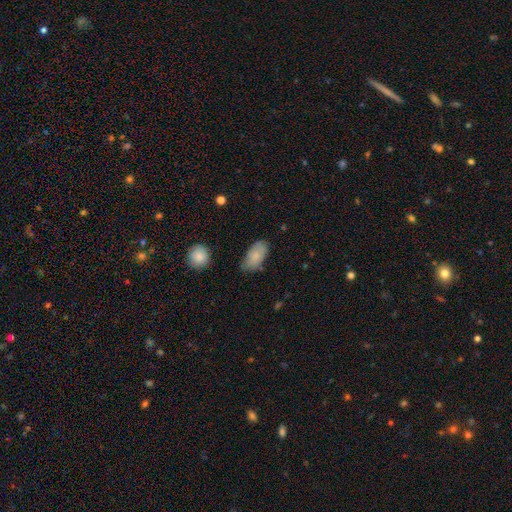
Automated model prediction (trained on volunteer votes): Overall: smooth (81%). How rounded: in between (93%). Merging: none (70%).